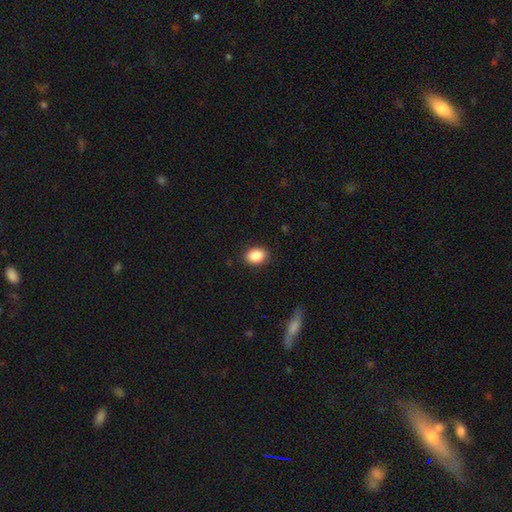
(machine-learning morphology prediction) Overall: smooth (88%). How rounded: in between (73%). Merging: none (88%).